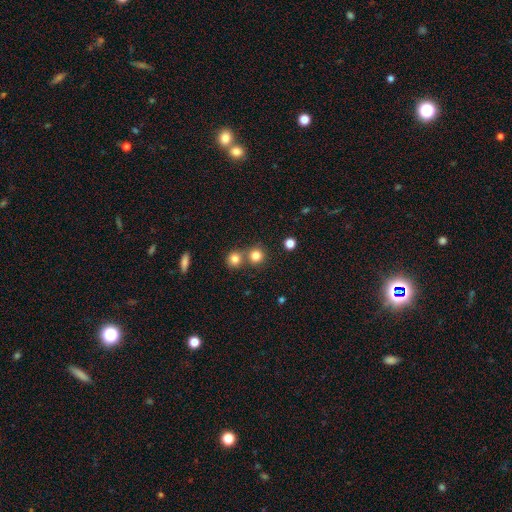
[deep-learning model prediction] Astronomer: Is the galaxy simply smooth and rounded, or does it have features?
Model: smooth — 81%.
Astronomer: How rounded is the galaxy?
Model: round — 90%.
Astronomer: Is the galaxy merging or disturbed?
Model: none — 60%.